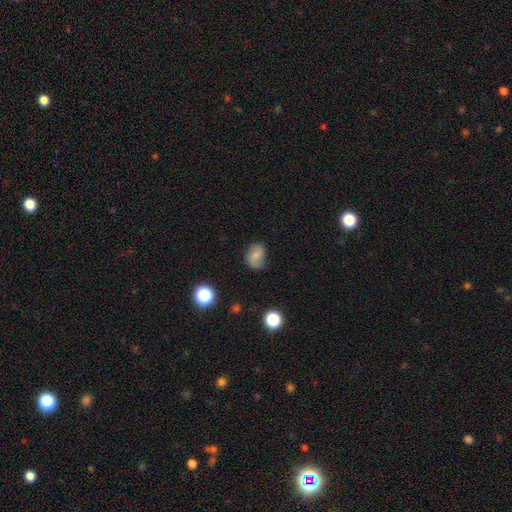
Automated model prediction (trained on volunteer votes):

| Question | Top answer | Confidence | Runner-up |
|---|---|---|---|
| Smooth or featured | smooth | 63% | featured or disk (26%) |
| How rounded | in between | 61% | round (38%) |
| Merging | none | 65% | minor disturbance (26%) |